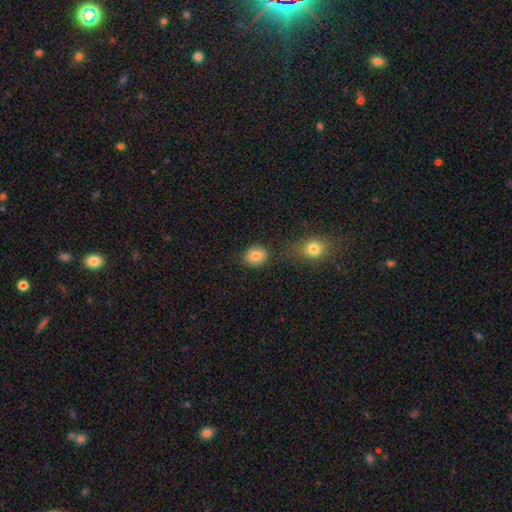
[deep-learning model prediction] Smooth or featured? smooth (82%)
How rounded? round (77%)
Merging? none (80%)